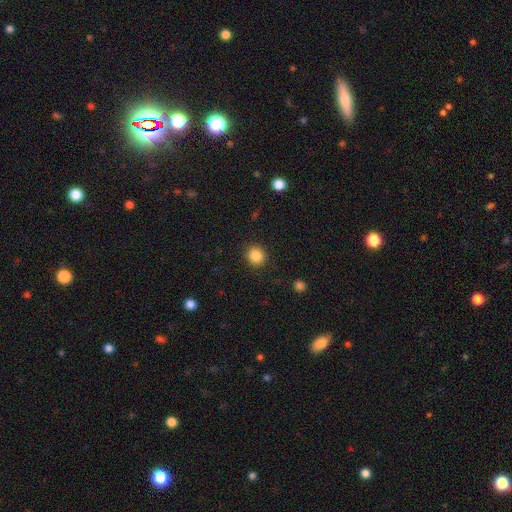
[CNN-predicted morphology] A smooth galaxy with no disk features (86%) that is round (87%).

Vote fractions:
- Smooth or featured? smooth: 86% / star or artifact: 10% / featured or disk: 4%
- How rounded? round: 87% / in between: 12% / cigar-shaped: 1%
- Merging? none: 90% / minor disturbance: 6% / major disturbance: 2% / merger: 1%